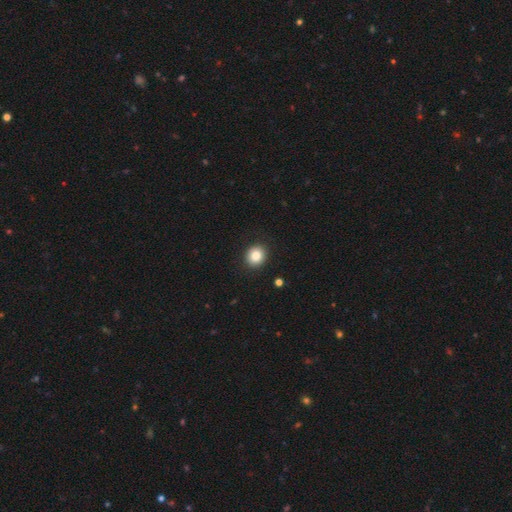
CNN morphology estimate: This is clearly a smooth galaxy (85%). How rounded: clearly round (80%). Merging: clearly none (90%).